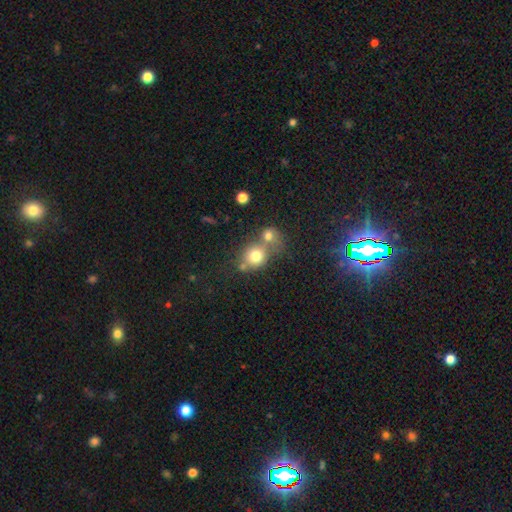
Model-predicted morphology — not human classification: smooth-or-featured: smooth: 76% | star or artifact: 12% | featured or disk: 12%
  how-rounded: round: 77% | in between: 22% | cigar-shaped: 1%
  merging: merger: 48% | none: 39% | minor disturbance: 9% | major disturbance: 4%